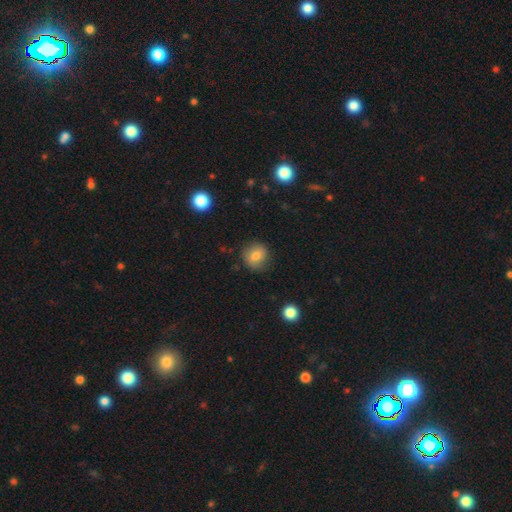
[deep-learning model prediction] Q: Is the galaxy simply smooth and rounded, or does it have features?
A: smooth — 77%.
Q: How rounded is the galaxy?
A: round — 88%.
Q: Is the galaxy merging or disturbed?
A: none — 80%.